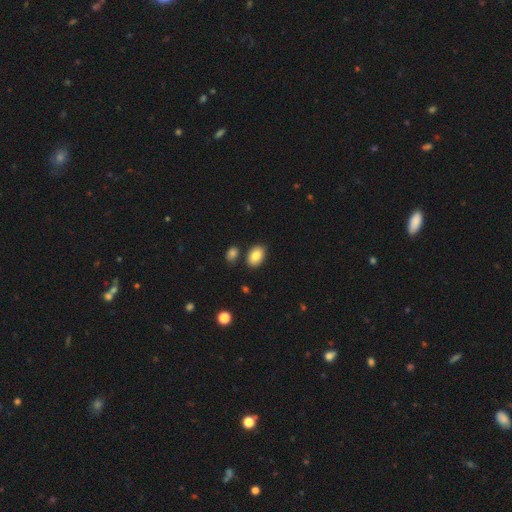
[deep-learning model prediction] This appears to be a smooth galaxy with no disk features (84%) that is in between round and cigar-shaped (87%). Merging: none (82%).